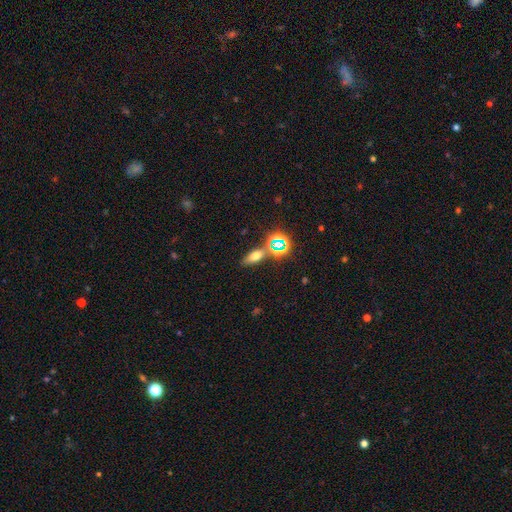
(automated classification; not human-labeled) smooth 56%, star or artifact 25%, featured or disk 19%. Down the decision tree: how rounded — in between (64%); merging — none (73%).